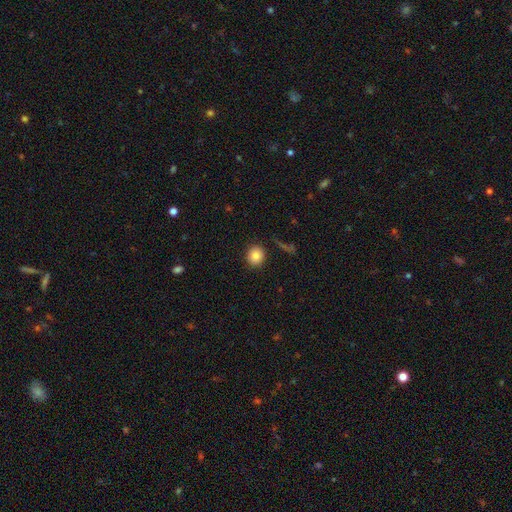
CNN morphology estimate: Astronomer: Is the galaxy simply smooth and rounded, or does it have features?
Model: smooth — 85%.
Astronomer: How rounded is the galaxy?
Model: round — 84%.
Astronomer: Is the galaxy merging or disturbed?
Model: none — 87%.